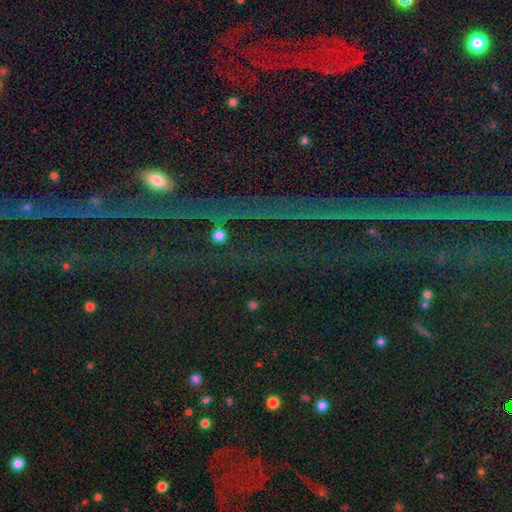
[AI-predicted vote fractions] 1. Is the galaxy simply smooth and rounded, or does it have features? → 86% star or artifact, 7% featured or disk, 7% smooth.